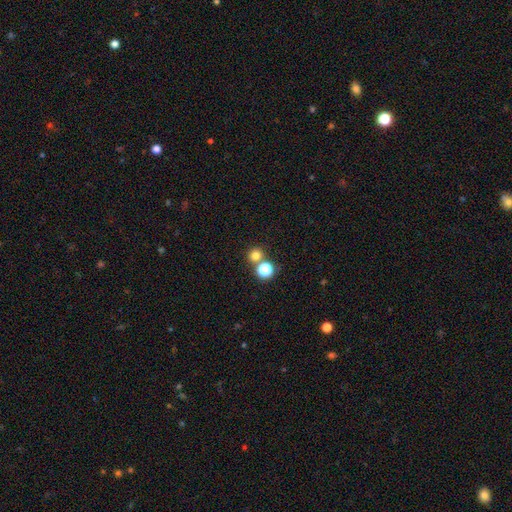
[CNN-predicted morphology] smooth 75%, star or artifact 19%, featured or disk 6%. Down the decision tree: how rounded — round (89%); merging — none (67%).